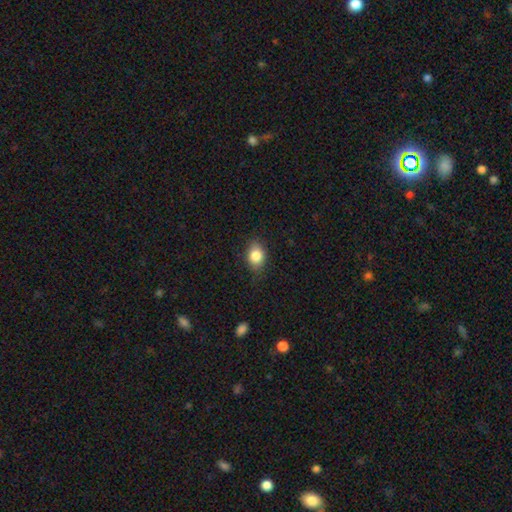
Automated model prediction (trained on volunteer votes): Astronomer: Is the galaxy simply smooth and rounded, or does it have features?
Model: smooth — 82%.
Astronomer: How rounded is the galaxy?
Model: in between — 71%.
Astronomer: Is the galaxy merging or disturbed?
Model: none — 80%.